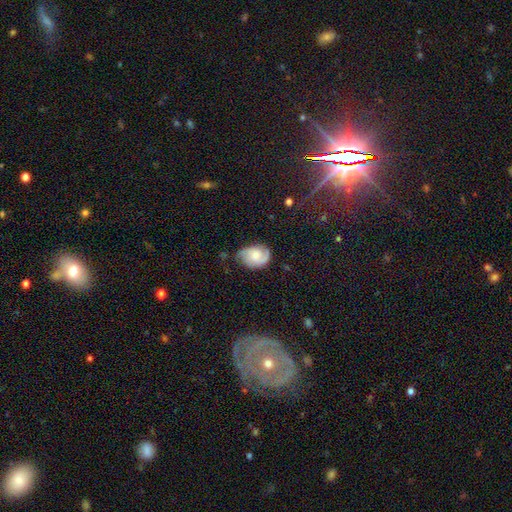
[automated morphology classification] type=featured or disk (55%); edge-on=no (97%); bar=no (66%); spiral arms=yes (89%); bulge=moderate (44%); merging=none (55%).